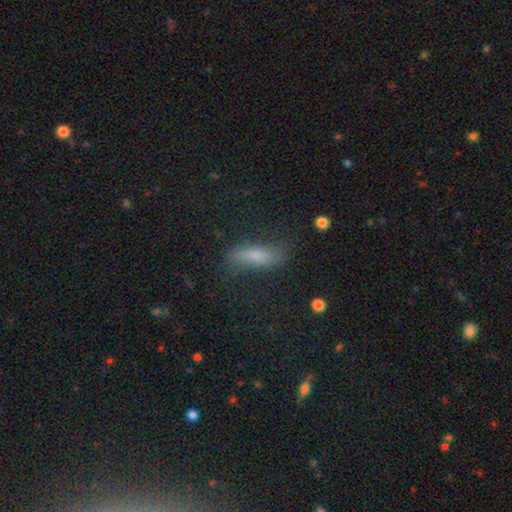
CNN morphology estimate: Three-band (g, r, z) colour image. It shows a smooth galaxy with no disk features (64%) that is cigar-shaped (57%). Merging: none (72%).